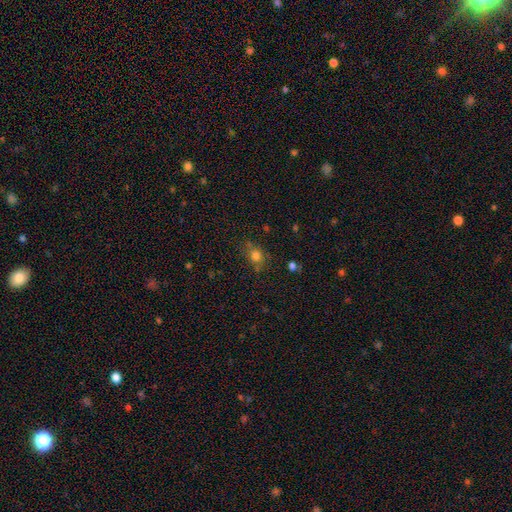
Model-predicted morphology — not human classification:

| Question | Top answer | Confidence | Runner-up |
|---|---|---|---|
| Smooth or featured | smooth | 75% | star or artifact (16%) |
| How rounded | round | 63% | in between (35%) |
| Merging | none | 69% | minor disturbance (19%) |